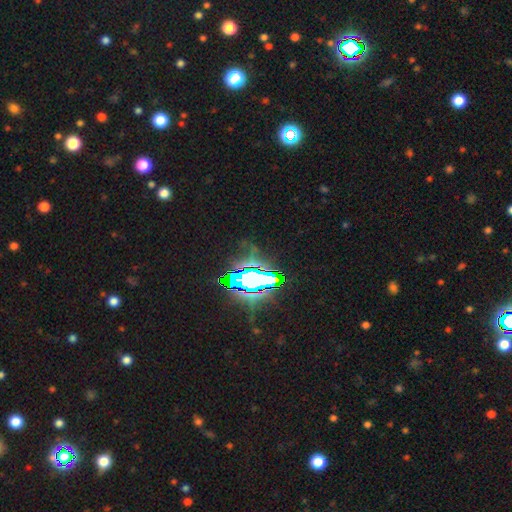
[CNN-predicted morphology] Smooth or featured? Predicted: star or artifact (p=0.67).